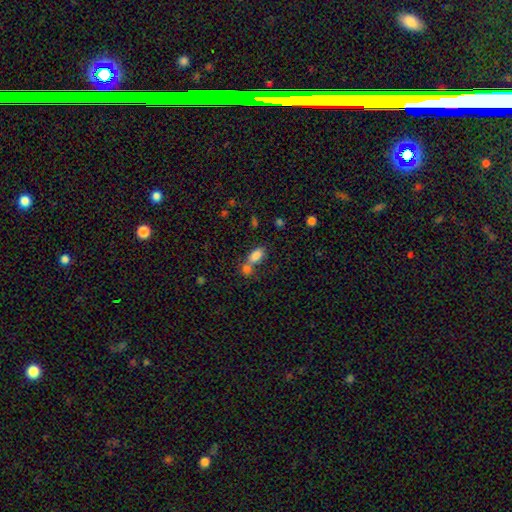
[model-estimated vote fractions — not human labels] Q: Smooth or featured?
A: smooth (83%); runner-up: star or artifact (10%)
Q: How rounded?
A: in between (87%); runner-up: cigar-shaped (7%)
Q: Merging?
A: merger (46%); runner-up: none (40%)